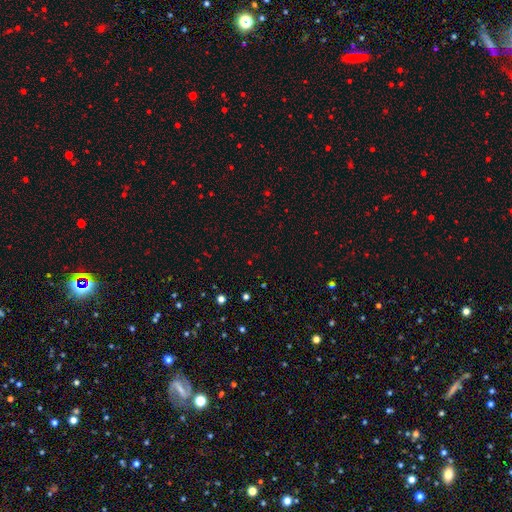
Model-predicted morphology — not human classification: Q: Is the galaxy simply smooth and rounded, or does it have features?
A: star or artifact — 66%.